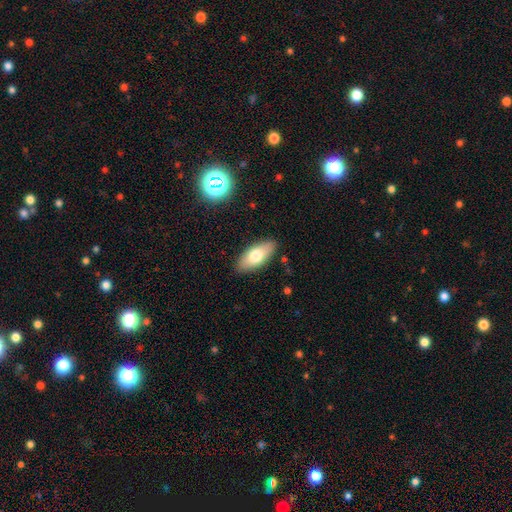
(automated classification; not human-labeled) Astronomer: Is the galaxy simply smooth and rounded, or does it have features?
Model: smooth — 74%.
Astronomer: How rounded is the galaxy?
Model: in between — 85%.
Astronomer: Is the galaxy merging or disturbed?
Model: none — 87%.